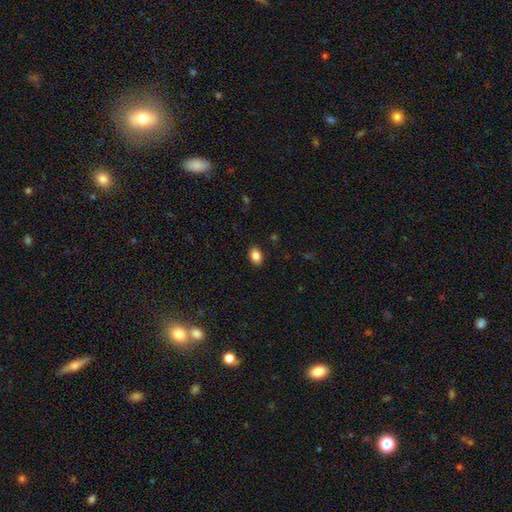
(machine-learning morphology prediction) type=smooth (85%); roundness=in between (81%); merging=none (89%).